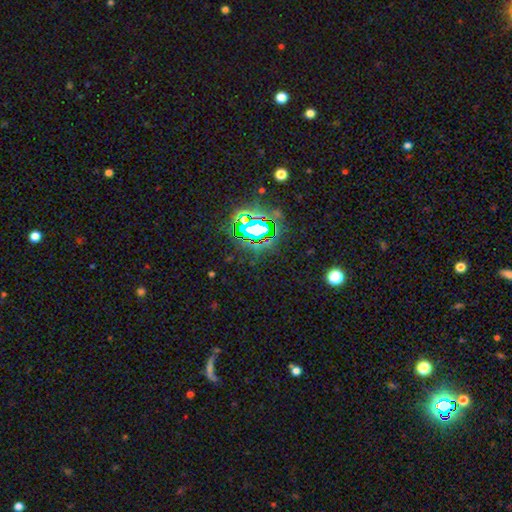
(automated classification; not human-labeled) Smooth or featured: star or artifact — 76% (smooth — 14%)